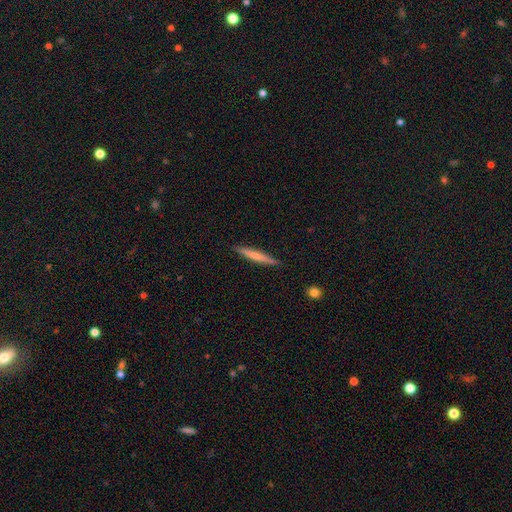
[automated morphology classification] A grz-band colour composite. It shows a smooth galaxy with no disk features (57%) that is cigar-shaped (95%). Merging: none (90%).